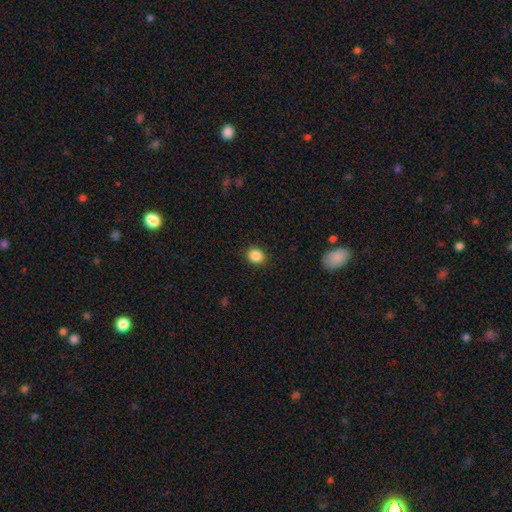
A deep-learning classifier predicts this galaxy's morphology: Q: Smooth or featured?
A: smooth (87%); runner-up: star or artifact (10%)
Q: How rounded?
A: round (73%); runner-up: in between (26%)
Q: Merging?
A: none (90%); runner-up: minor disturbance (7%)